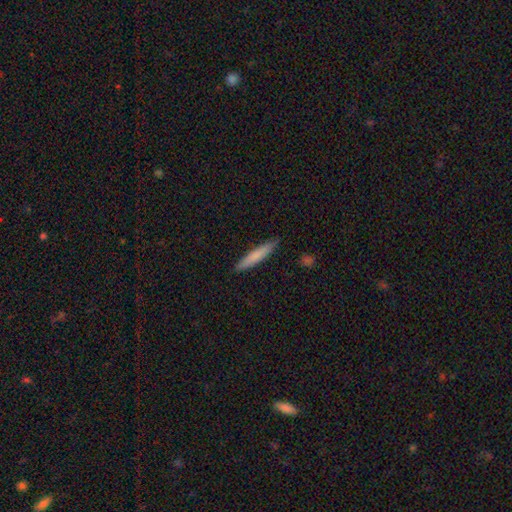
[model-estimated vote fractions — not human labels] Smooth or featured? Predicted: smooth (p=0.77). How rounded? Predicted: cigar-shaped (p=0.93). Merging? Predicted: none (p=0.89).